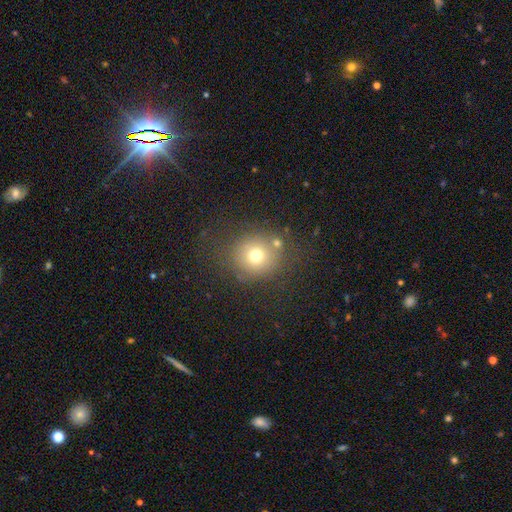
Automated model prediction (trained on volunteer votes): Smooth or featured?
  - smooth: 70% *
  - star or artifact: 17%
  - featured or disk: 13%
How rounded?
  - round: 87% *
  - in between: 12%
  - cigar-shaped: 1%
Merging?
  - none: 73% *
  - minor disturbance: 12%
  - merger: 7%
  - major disturbance: 7%